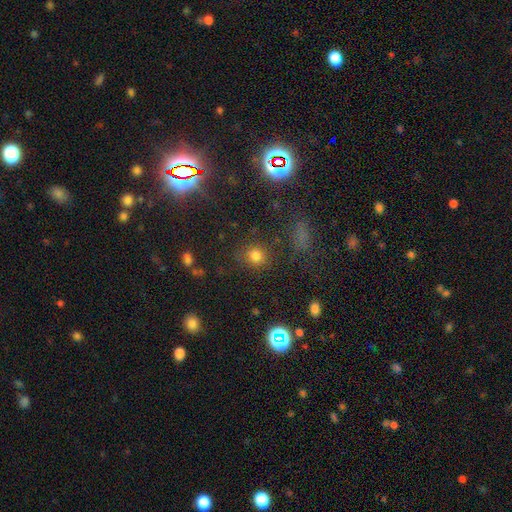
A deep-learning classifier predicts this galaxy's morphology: A smooth galaxy with no disk features (75%) that is round (81%). Merging: none (80%).